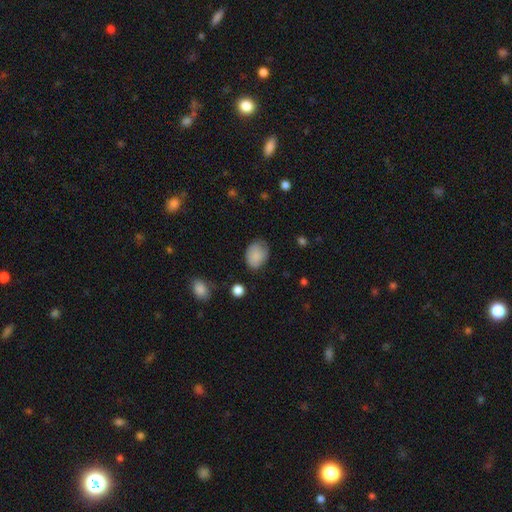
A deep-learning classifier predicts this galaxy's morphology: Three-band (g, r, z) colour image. It shows a smooth galaxy with no disk features (83%) that is in between round and cigar-shaped (63%). Merging: none (66%).